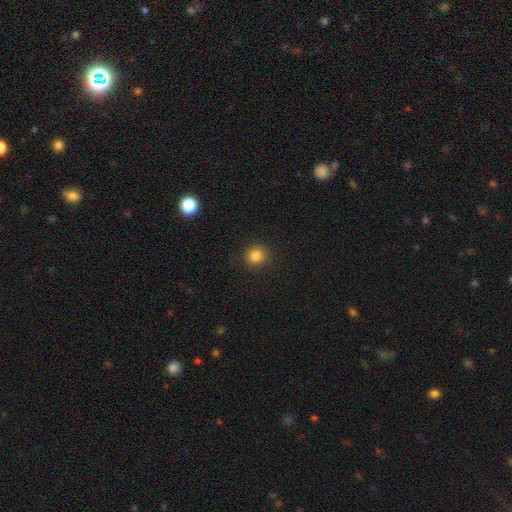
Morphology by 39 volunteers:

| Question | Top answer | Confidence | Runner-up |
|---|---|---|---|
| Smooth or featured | smooth | 90% | star or artifact (8%) |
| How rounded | round | 91% | in between (9%) |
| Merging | none | 81% | minor disturbance (14%) |